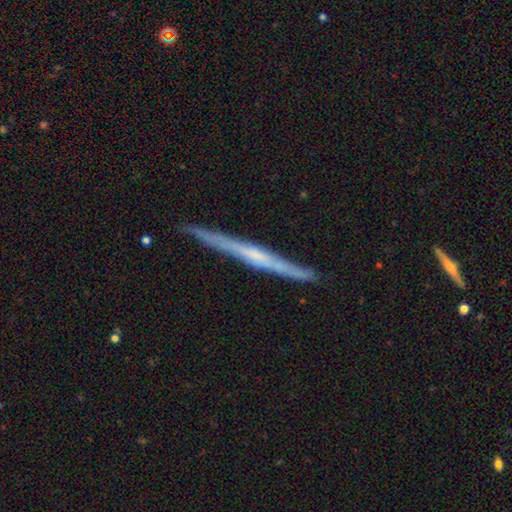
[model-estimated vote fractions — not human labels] featured or disk 71%, smooth 23%, star or artifact 6%. Down the decision tree: edge-on disk — yes (97%); edge-on bulge — none (60%); merging — none (87%).